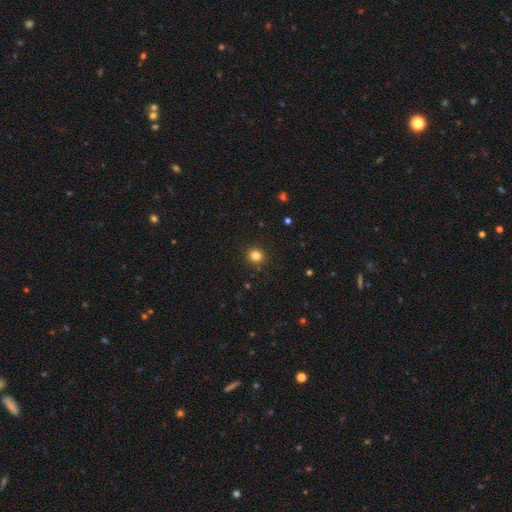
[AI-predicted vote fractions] Smooth or featured: smooth — 82% (star or artifact — 13%)
How rounded: round — 90% (in between — 9%)
Merging: none — 91% (minor disturbance — 6%)